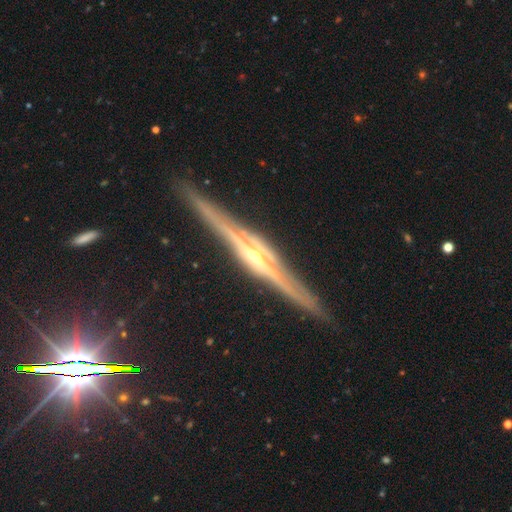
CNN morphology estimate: This appears to be a featured or disk galaxy (90%) viewed edge-on (98%) with a rounded central bulge (85%). Merging: none (88%).